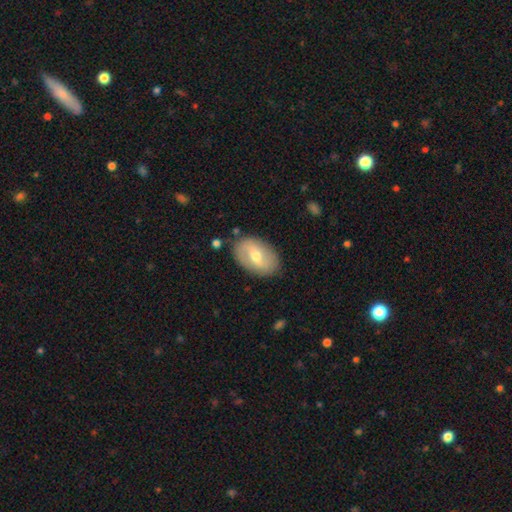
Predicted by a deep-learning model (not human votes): A smooth galaxy with no disk features (47%). Merging: none (85%).